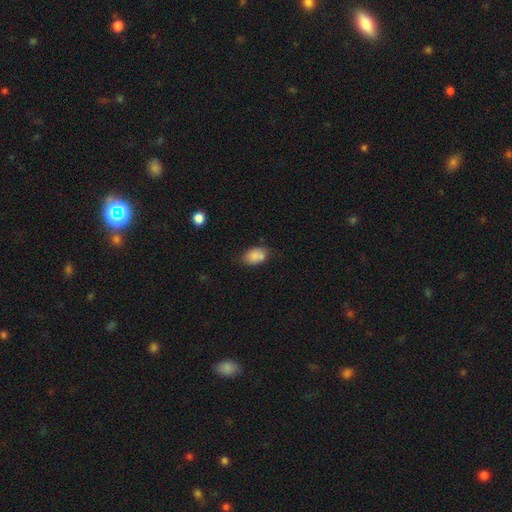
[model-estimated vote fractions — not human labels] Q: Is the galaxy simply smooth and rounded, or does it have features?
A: smooth — 82%.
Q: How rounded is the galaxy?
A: in between — 85%.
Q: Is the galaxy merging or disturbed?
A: none — 61%.